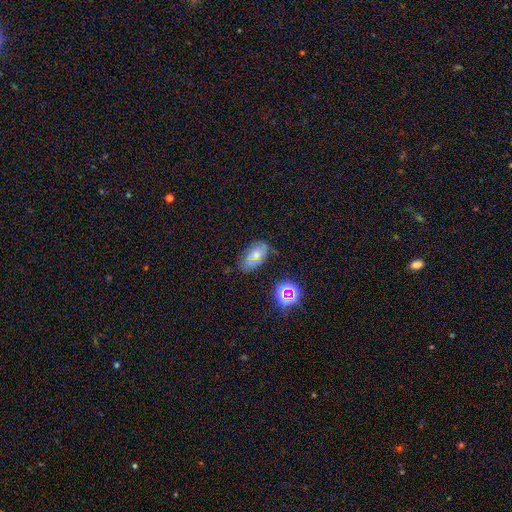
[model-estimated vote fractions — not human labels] smooth 62%, featured or disk 21%, star or artifact 16%. Down the decision tree: how rounded — in between (90%); merging — none (67%).